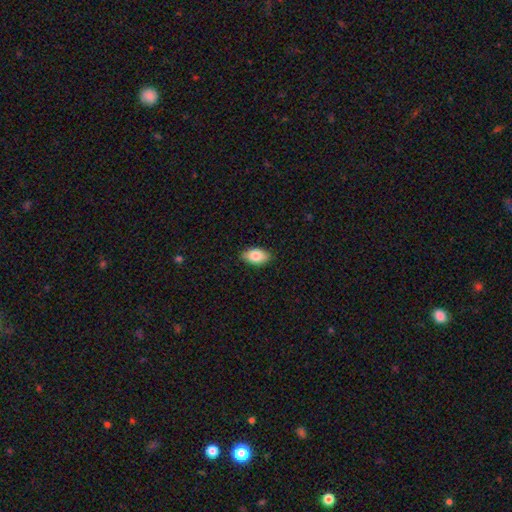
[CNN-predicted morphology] A smooth galaxy with no disk features (83%) that is in between round and cigar-shaped (92%).

Vote fractions:
- Smooth or featured? smooth: 83% / featured or disk: 10% / star or artifact: 7%
- How rounded? in between: 92% / round: 6% / cigar-shaped: 2%
- Merging? none: 87% / minor disturbance: 11% / major disturbance: 2% / merger: 1%